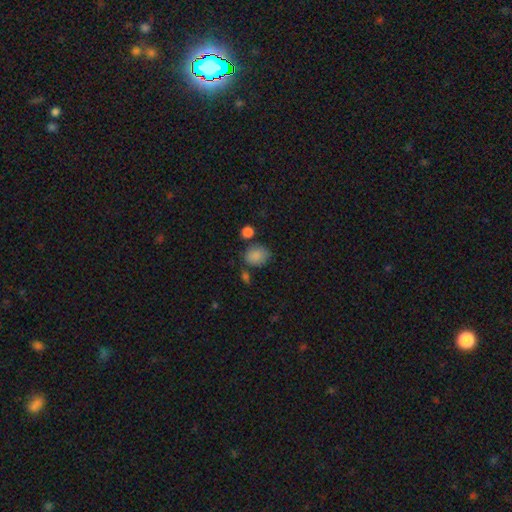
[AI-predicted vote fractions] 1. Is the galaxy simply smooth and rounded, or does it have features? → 85% smooth, 10% star or artifact, 5% featured or disk.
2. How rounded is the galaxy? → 52% round, 47% in between, 1% cigar-shaped.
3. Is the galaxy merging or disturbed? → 67% none, 18% minor disturbance, 10% merger, 5% major disturbance.